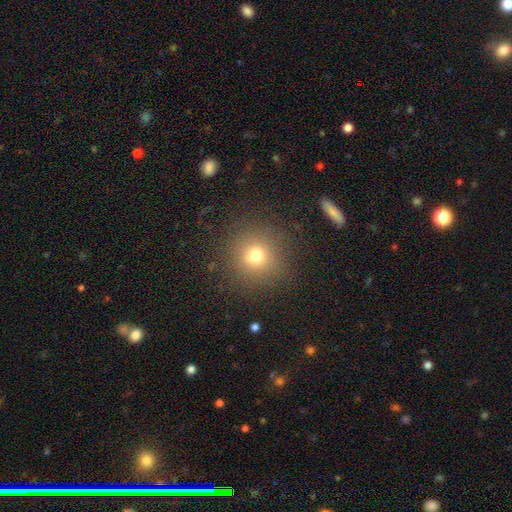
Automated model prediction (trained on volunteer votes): Overall: smooth (72%). How rounded: round (92%). Merging: none (87%).